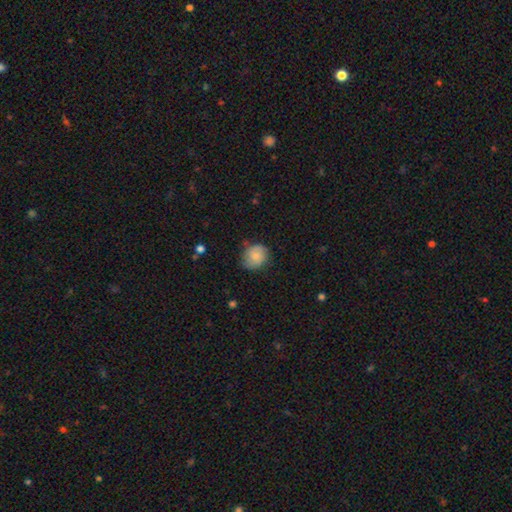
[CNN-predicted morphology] Smooth or featured? Predicted: smooth (p=0.72). How rounded? Predicted: round (p=0.70). Merging? Predicted: none (p=0.72).